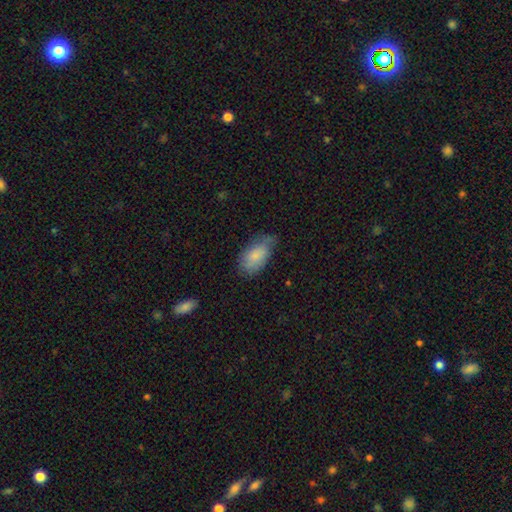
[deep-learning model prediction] A smooth galaxy with no disk features (81%) that is in between round and cigar-shaped (93%). Merging: none (53%).